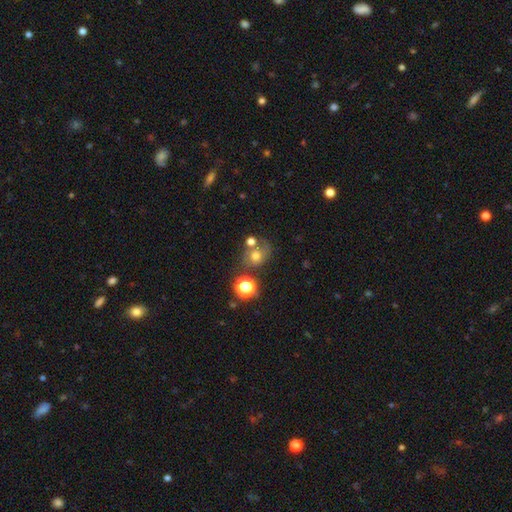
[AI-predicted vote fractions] Smooth or featured: smooth — 59% (featured or disk — 24%)
How rounded: round — 64% (in between — 35%)
Merging: none — 49% (merger — 23%)